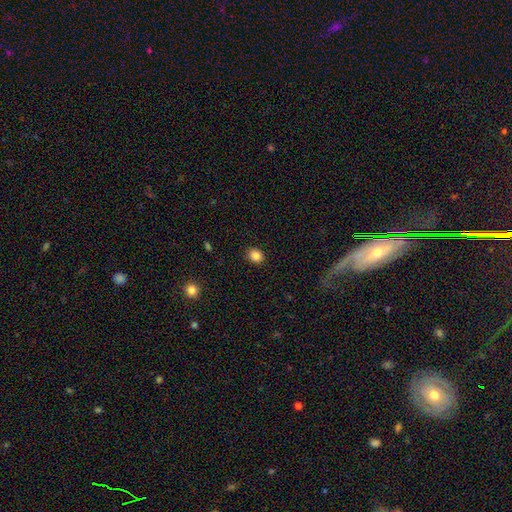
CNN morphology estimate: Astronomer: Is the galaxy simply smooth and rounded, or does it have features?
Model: smooth — 86%.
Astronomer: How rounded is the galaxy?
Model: round — 62% (runner-up: in between, 38%).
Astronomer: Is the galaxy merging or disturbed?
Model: none — 90%.